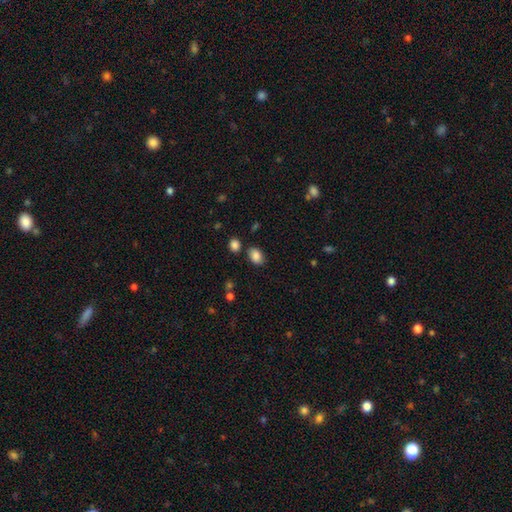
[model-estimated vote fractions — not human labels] Q: Smooth or featured?
A: smooth (86%); runner-up: star or artifact (9%)
Q: How rounded?
A: in between (80%); runner-up: round (19%)
Q: Merging?
A: none (77%); runner-up: minor disturbance (13%)